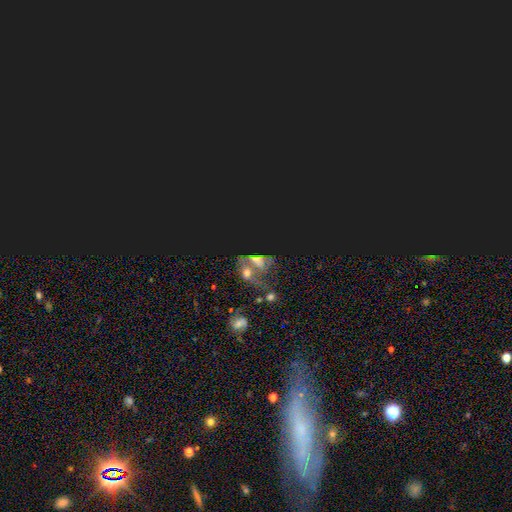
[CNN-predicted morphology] Q: Smooth or featured?
A: star or artifact (45%); runner-up: featured or disk (31%)